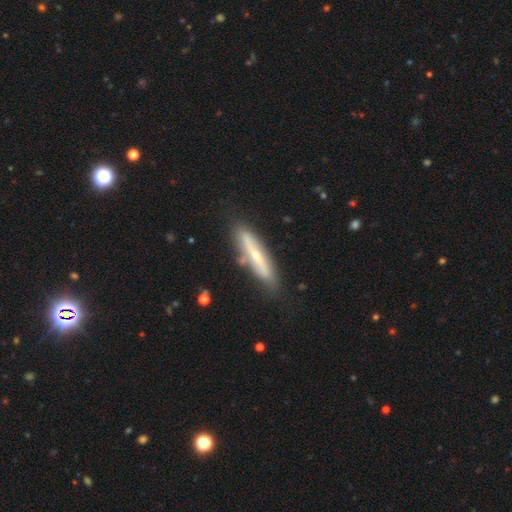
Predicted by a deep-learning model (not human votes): Overall: featured or disk (60%; smooth 34%). Edge-on disk: yes (75%). Merging: none (81%).